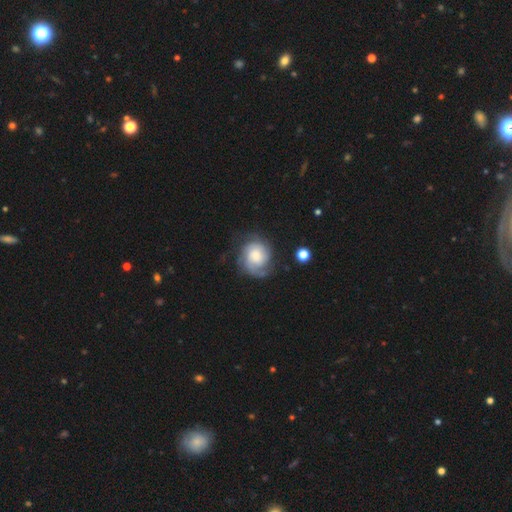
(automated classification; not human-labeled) Smooth or featured? featured or disk (68%)
Edge-on disk? no (98%)
Bar? no (70%)
Spiral arms? yes (92%)
Spiral winding? tight (54%)
Spiral arm count? 2 (36%)
Bulge size? moderate (32%)
Merging? none (64%)